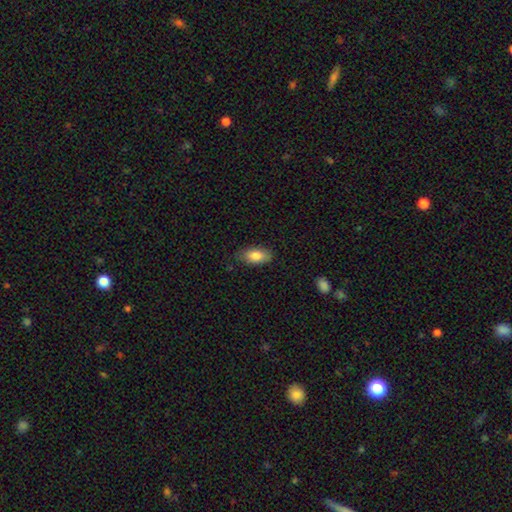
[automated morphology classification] Smooth or featured: smooth — 84% (featured or disk — 10%)
How rounded: in between — 91% (cigar-shaped — 5%)
Merging: none — 79% (minor disturbance — 17%)